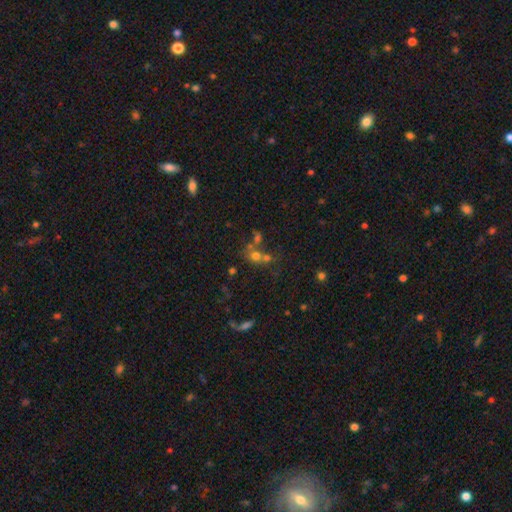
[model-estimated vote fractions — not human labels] A smooth galaxy with no disk features (59%) that is round (73%).

Vote fractions:
- Smooth or featured? smooth: 59% / star or artifact: 23% / featured or disk: 17%
- How rounded? round: 73% / in between: 25% / cigar-shaped: 1%
- Merging? merger: 45% / none: 41% / minor disturbance: 9% / major disturbance: 6%